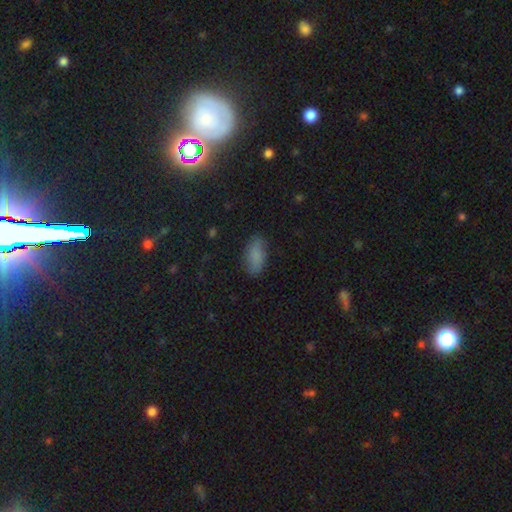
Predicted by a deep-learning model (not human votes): Q: Smooth or featured?
A: smooth (79%); runner-up: featured or disk (12%)
Q: How rounded?
A: in between (89%); runner-up: cigar-shaped (8%)
Q: Merging?
A: none (78%); runner-up: minor disturbance (17%)